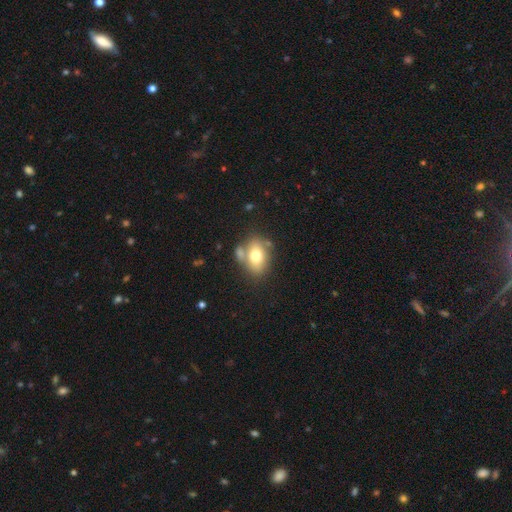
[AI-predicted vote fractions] Smooth or featured? Predicted: smooth (p=0.71). How rounded? Predicted: in between (p=0.74). Merging? Predicted: none (p=0.58).